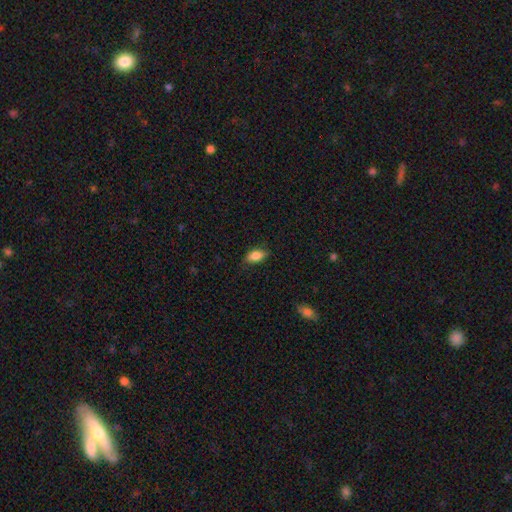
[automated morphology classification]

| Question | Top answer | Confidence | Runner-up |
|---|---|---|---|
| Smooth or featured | smooth | 83% | featured or disk (9%) |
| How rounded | in between | 88% | cigar-shaped (7%) |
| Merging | none | 81% | minor disturbance (15%) |